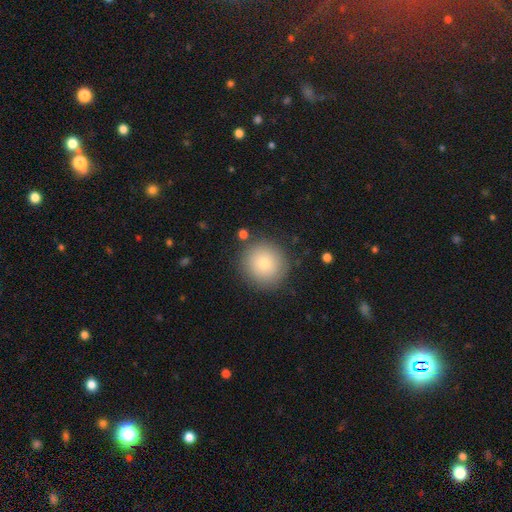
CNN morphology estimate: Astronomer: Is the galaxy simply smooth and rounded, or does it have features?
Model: smooth — 67%.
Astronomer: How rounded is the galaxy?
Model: round — 95%.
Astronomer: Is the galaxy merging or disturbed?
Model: none — 89%.